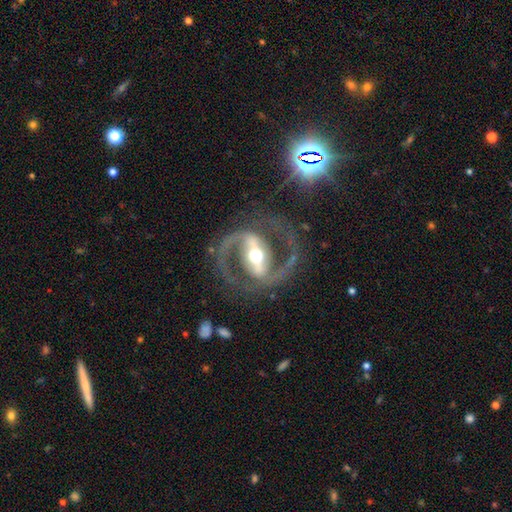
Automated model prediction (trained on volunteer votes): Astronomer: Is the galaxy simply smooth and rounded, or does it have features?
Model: featured or disk — 91%.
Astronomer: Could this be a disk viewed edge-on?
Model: no — 96%.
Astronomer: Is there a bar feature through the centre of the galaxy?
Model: strong — 76%.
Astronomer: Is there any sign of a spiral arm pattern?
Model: yes — 93%.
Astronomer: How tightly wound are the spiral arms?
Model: medium — 62%.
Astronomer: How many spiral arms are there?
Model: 2 — 93%.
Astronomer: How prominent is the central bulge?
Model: moderate — 68%.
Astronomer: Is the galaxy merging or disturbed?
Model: none — 76%.